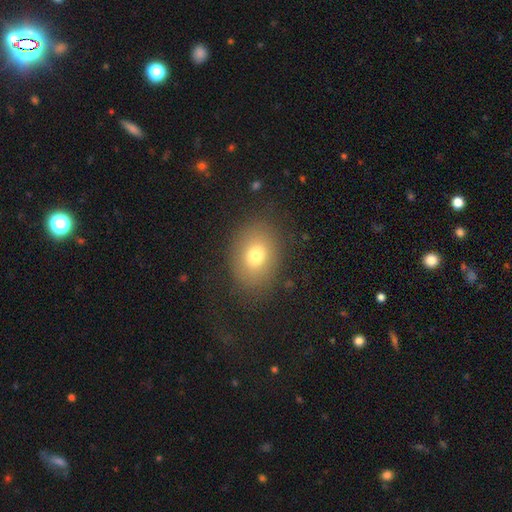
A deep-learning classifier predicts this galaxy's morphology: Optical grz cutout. It shows a smooth galaxy with no disk features (74%) that is in between round and cigar-shaped (62%). Merging: none (82%).